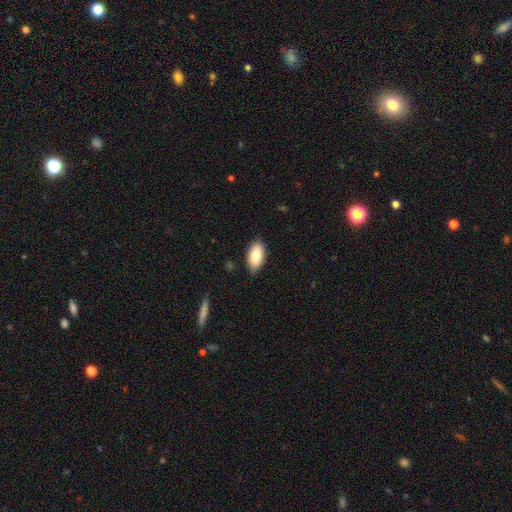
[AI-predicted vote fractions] A smooth galaxy with no disk features (81%) that is in between round and cigar-shaped (93%).

Vote fractions:
- Smooth or featured? smooth: 81% / featured or disk: 12% / star or artifact: 7%
- How rounded? in between: 93% / cigar-shaped: 4% / round: 3%
- Merging? none: 84% / minor disturbance: 12% / major disturbance: 2% / merger: 1%